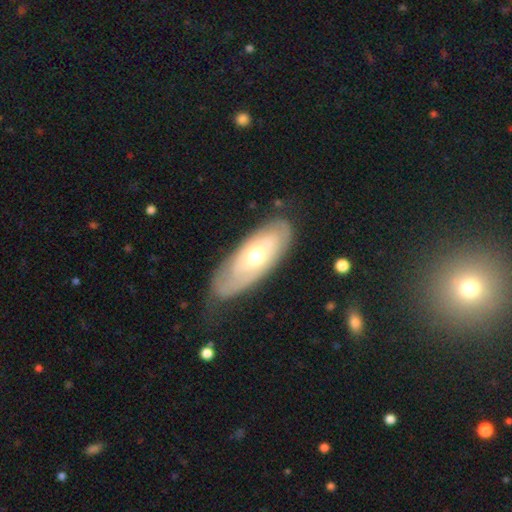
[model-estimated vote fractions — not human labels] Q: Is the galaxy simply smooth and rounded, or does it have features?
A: featured or disk — 59%.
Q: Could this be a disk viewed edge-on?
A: no — 82%.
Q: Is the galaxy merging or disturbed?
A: none — 67%.